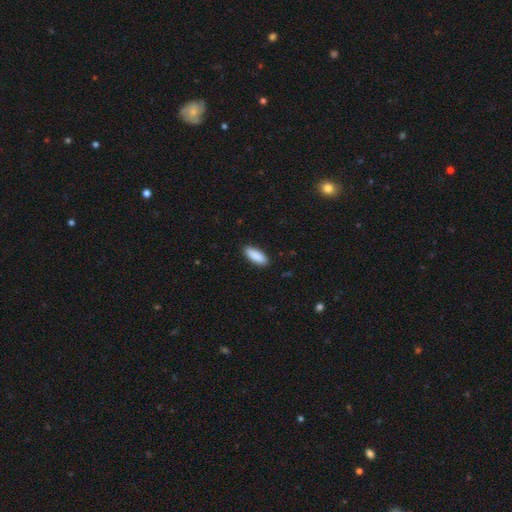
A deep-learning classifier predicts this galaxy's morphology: smooth 91%, star or artifact 6%, featured or disk 4%. Down the decision tree: how rounded — in between (73%); merging — none (90%).